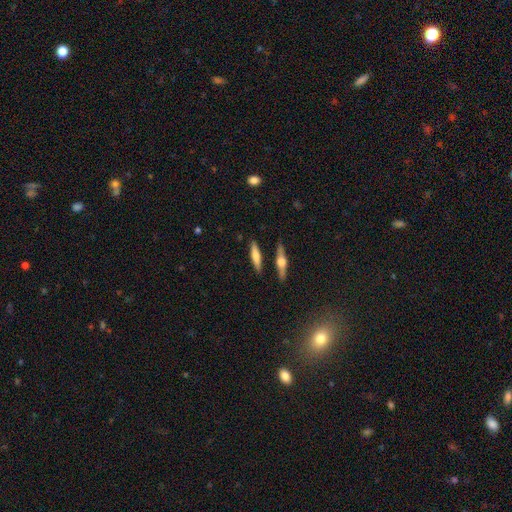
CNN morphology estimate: smooth_or_featured: smooth (p=0.49) [alt: featured or disk p=0.44]
merging: none (p=0.81) [alt: minor disturbance p=0.10]